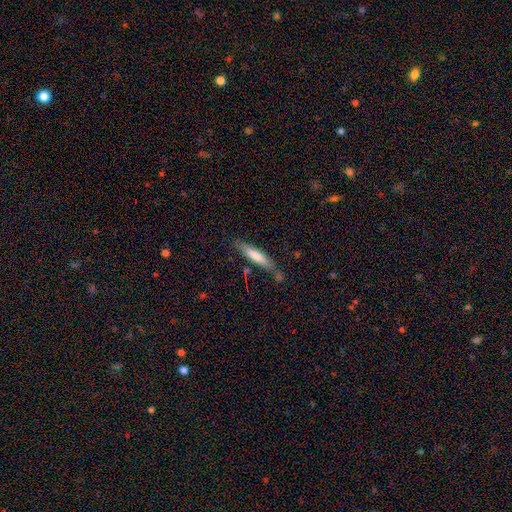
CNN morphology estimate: Smooth or featured? smooth (67%)
How rounded? cigar-shaped (86%)
Merging? none (73%)